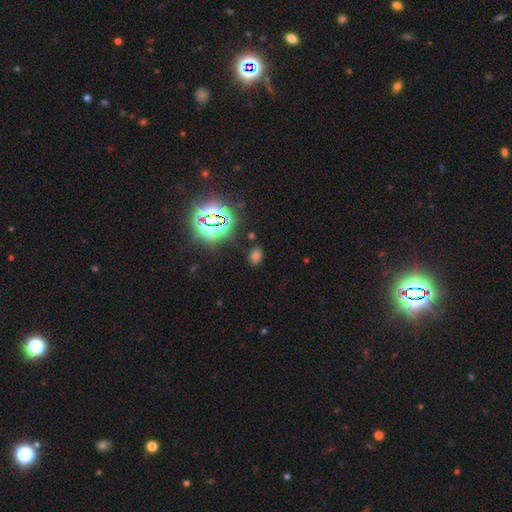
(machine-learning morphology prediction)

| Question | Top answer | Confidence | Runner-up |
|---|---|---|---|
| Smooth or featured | smooth | 57% | star or artifact (36%) |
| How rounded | in between | 80% | round (18%) |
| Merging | none | 82% | minor disturbance (11%) |